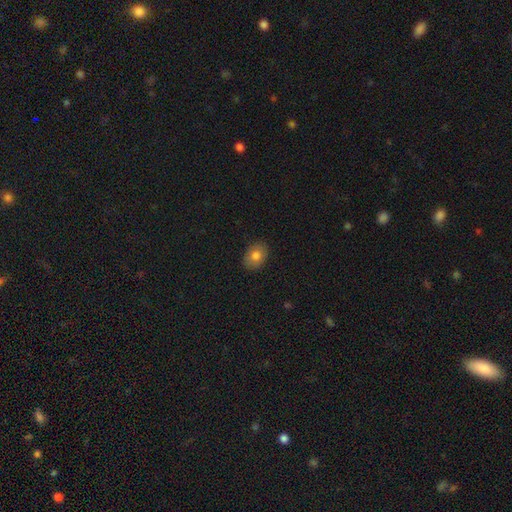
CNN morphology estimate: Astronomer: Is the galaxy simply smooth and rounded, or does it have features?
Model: smooth — 79%.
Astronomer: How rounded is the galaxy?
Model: in between — 70%.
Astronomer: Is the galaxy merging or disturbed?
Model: none — 87%.